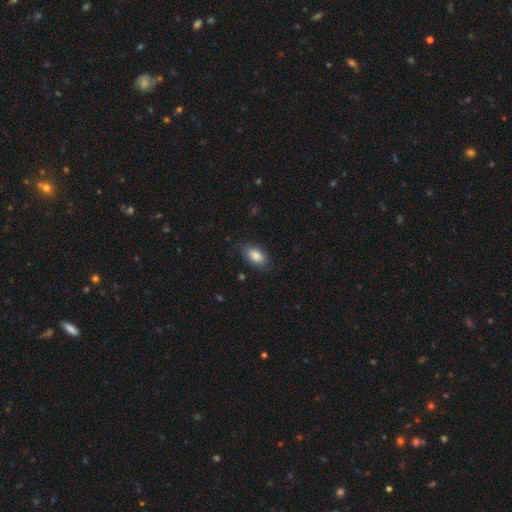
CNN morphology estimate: Smooth or featured? smooth (85%)
How rounded? in between (91%)
Merging? none (76%)